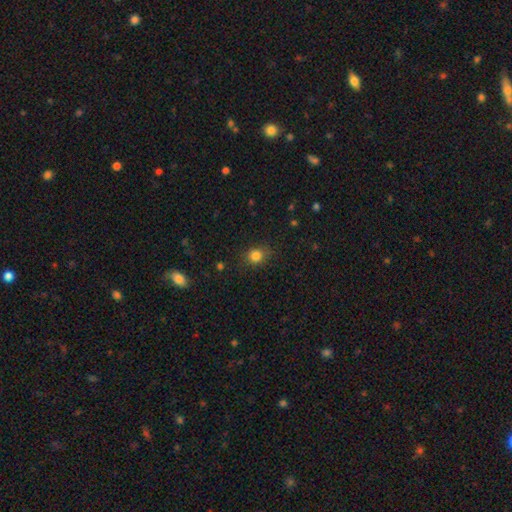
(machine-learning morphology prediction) Smooth or featured?
  - smooth: 82% *
  - star or artifact: 13%
  - featured or disk: 5%
How rounded?
  - round: 70% *
  - in between: 29%
  - cigar-shaped: 1%
Merging?
  - none: 83% *
  - minor disturbance: 12%
  - major disturbance: 4%
  - merger: 1%